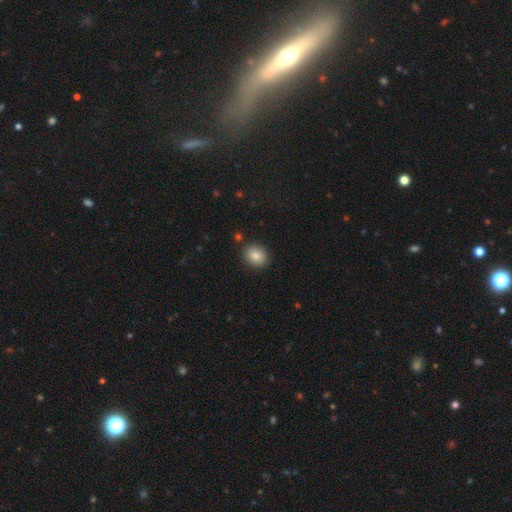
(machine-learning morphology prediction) Smooth or featured: smooth — 84% (star or artifact — 9%)
How rounded: round — 61% (in between — 38%)
Merging: none — 86% (minor disturbance — 9%)